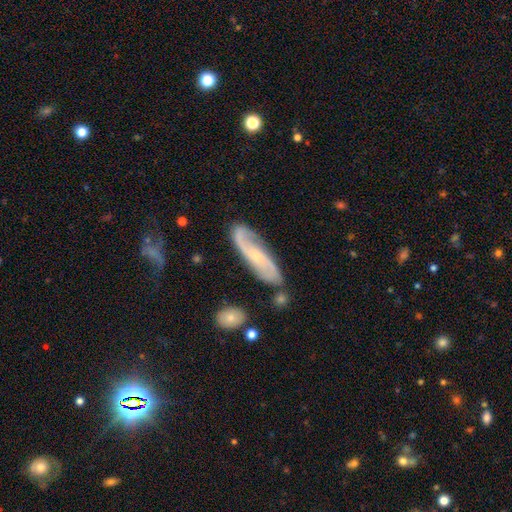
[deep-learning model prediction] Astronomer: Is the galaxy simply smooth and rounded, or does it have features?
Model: featured or disk — 78%.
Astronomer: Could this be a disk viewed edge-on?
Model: no — 86%.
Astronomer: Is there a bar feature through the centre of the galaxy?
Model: no — 51% (runner-up: weak, 37%).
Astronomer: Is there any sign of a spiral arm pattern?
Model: yes — 95%.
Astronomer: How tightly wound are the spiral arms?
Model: medium — 43% (runner-up: loose, 36%).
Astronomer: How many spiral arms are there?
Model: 2 — 87%.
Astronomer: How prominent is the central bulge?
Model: small — 62%.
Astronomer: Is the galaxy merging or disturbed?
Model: none — 75%.